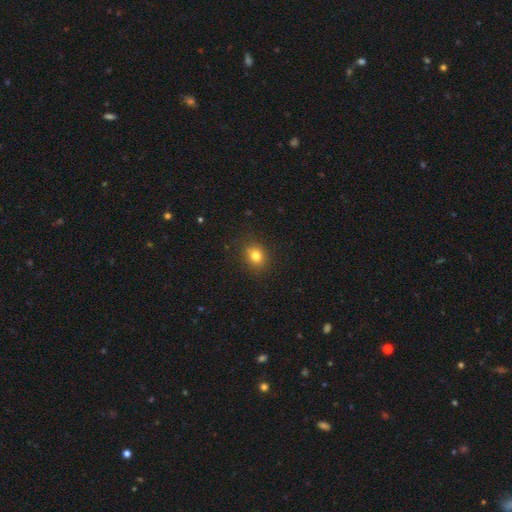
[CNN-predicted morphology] Smooth or featured? Predicted: smooth (p=0.80). How rounded? Predicted: round (p=0.64). Merging? Predicted: none (p=0.86).